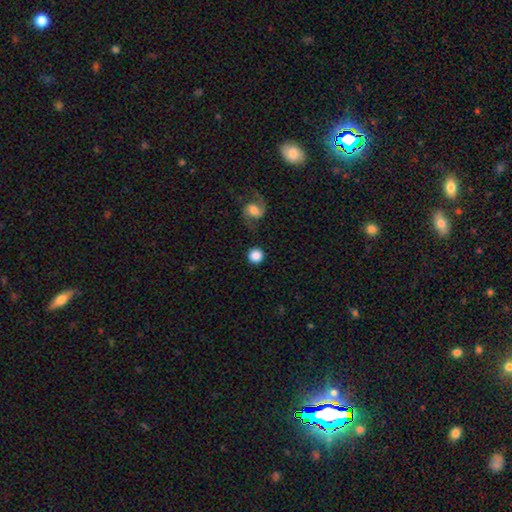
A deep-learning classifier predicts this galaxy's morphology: smooth 83%, featured or disk 10%, star or artifact 7%. Down the decision tree: how rounded — round (94%); merging — none (83%).